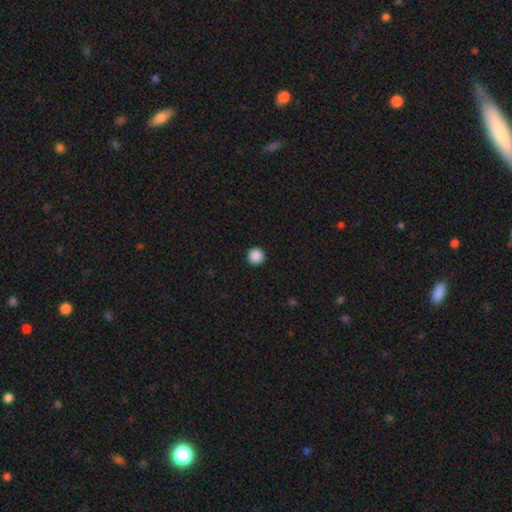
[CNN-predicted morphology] The model was most divided on "smooth or featured": smooth: 89%, star or artifact: 9%, featured or disk: 2%. More confident: how rounded — round (96%); merging — none (93%).